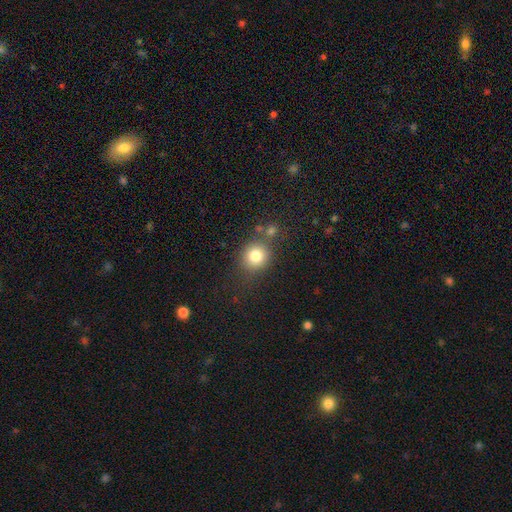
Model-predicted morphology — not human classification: Smooth or featured: smooth — 81% (star or artifact — 11%)
How rounded: round — 82% (in between — 17%)
Merging: none — 74% (minor disturbance — 12%)